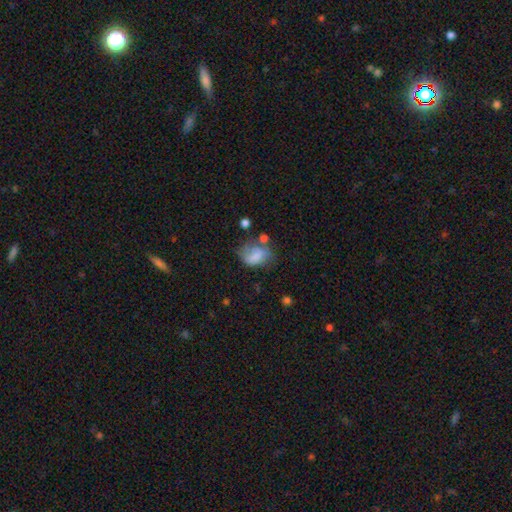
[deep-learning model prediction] smooth 67%, featured or disk 22%, star or artifact 10%. Down the decision tree: how rounded — in between (70%); merging — none (35%).